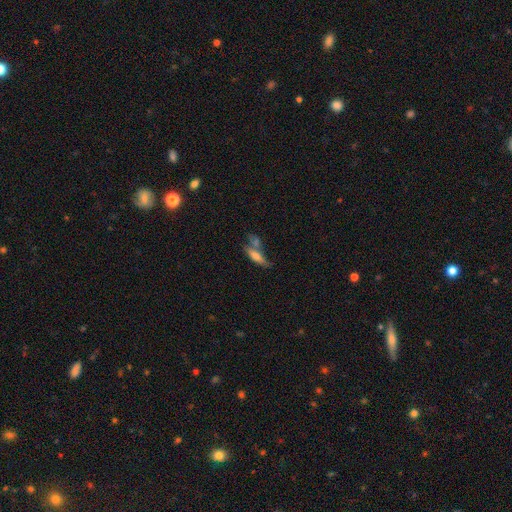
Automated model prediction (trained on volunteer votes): Smooth or featured? smooth (55%)
How rounded? cigar-shaped (56%)
Merging? none (42%)